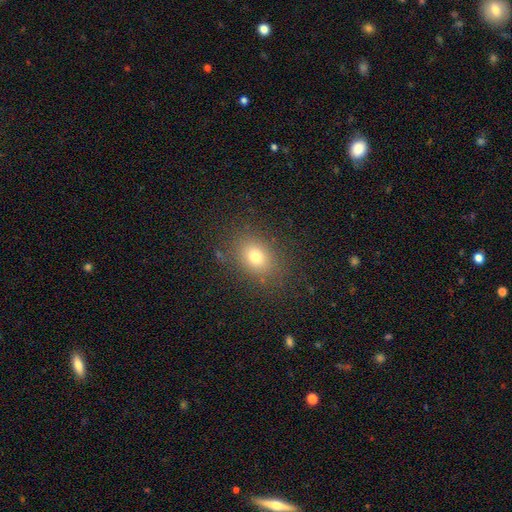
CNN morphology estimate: Smooth or featured: smooth — 77% (star or artifact — 13%)
How rounded: in between — 65% (round — 33%)
Merging: none — 83% (minor disturbance — 11%)